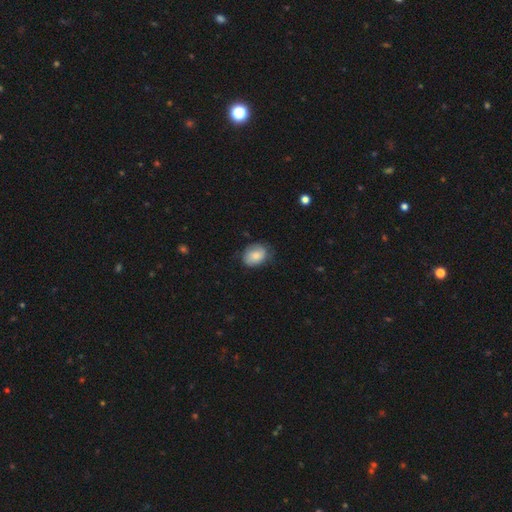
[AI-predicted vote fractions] Smooth or featured? smooth (78%)
How rounded? in between (65%)
Merging? none (68%)